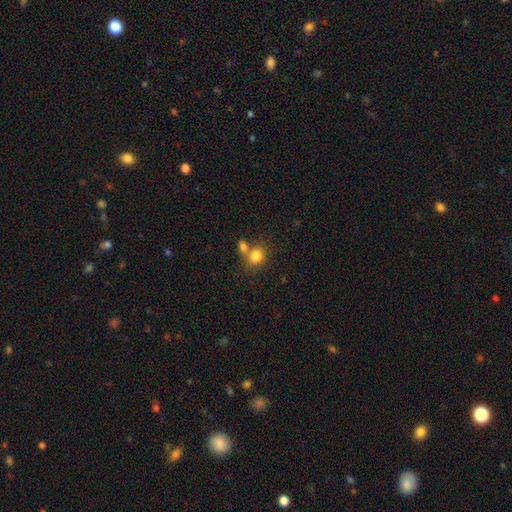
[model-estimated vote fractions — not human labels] Smooth or featured: smooth — 82% (star or artifact — 10%)
How rounded: round — 68% (in between — 31%)
Merging: none — 47% (merger — 40%)